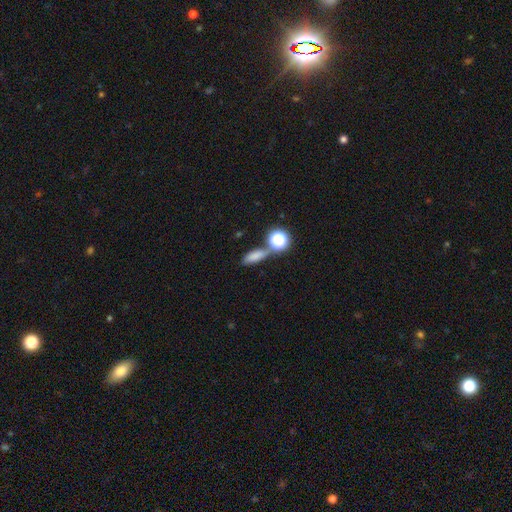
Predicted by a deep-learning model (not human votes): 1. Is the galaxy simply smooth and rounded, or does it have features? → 74% smooth, 16% star or artifact, 10% featured or disk.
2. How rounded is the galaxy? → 49% in between, 35% cigar-shaped, 17% round.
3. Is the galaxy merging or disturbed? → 62% none, 19% merger, 13% minor disturbance, 5% major disturbance.